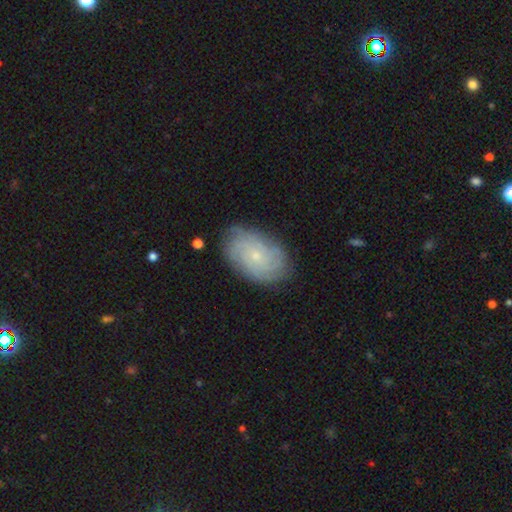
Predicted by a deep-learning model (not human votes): A featured or disk galaxy (70%) with no bar (80%), tight (72%) spiral arms (93%) and a small central bulge (79%). Merging: none (82%).